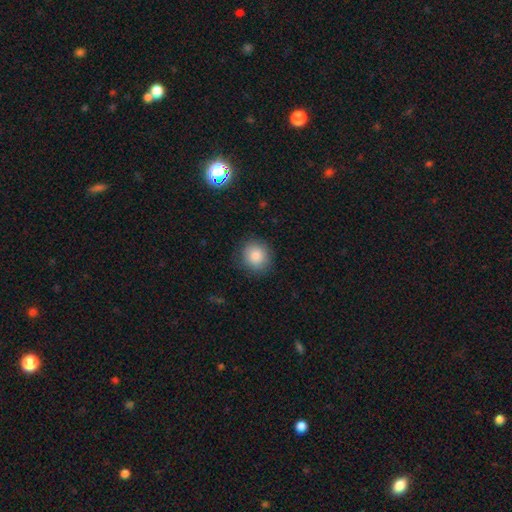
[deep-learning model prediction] Smooth or featured? smooth (85%)
How rounded? round (87%)
Merging? none (86%)